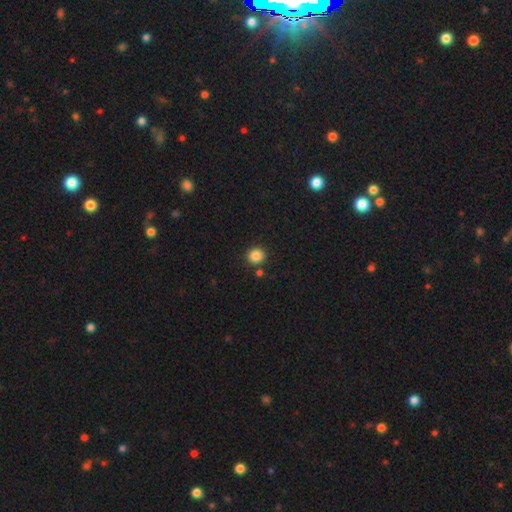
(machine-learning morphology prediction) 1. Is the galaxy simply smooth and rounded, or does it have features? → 86% smooth, 10% star or artifact, 4% featured or disk.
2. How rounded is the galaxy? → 88% round, 11% in between, 1% cigar-shaped.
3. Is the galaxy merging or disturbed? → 86% none, 7% minor disturbance, 5% merger, 2% major disturbance.